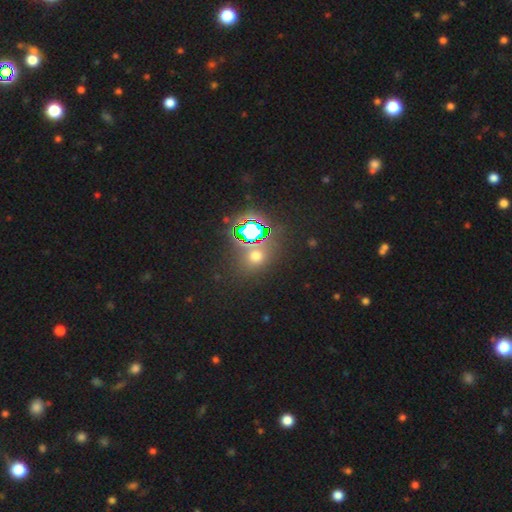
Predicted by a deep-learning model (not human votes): Smooth or featured?
  - smooth: 47% *
  - star or artifact: 45%
  - featured or disk: 8%
Merging?
  - none: 76% *
  - merger: 10%
  - minor disturbance: 10%
  - major disturbance: 5%